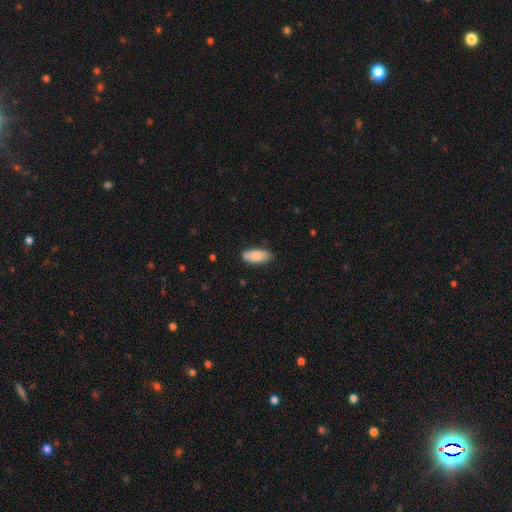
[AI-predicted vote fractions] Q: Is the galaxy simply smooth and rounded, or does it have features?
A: smooth — 85%.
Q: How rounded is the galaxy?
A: in between — 85%.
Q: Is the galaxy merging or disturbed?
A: none — 83%.